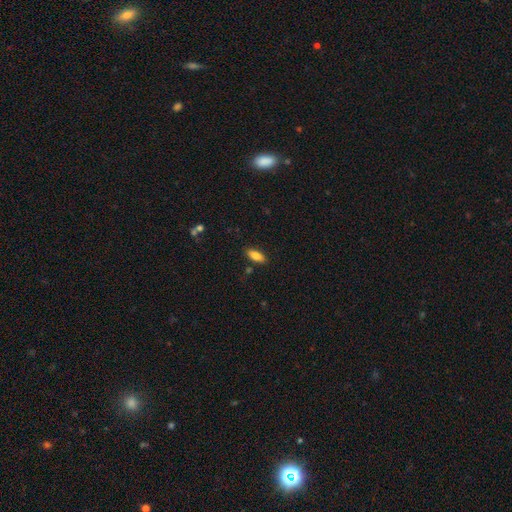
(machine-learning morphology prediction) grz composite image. It shows a smooth galaxy with no disk features (83%) that is in between round and cigar-shaped (78%). Merging: none (85%).